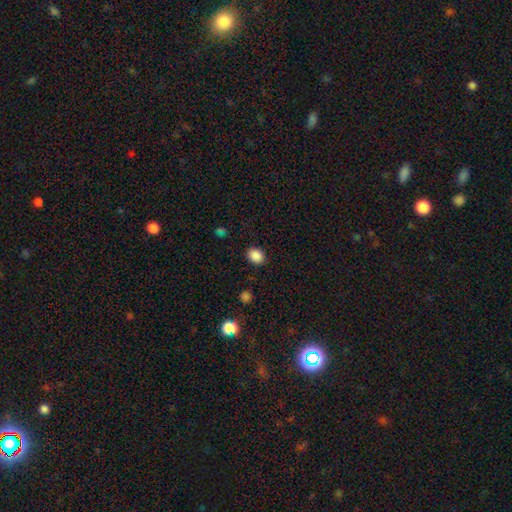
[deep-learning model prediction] smooth_or_featured: smooth (p=0.87) [alt: star or artifact p=0.10]
how_rounded: in between (p=0.58) [alt: round p=0.41]
merging: none (p=0.87) [alt: minor disturbance p=0.09]